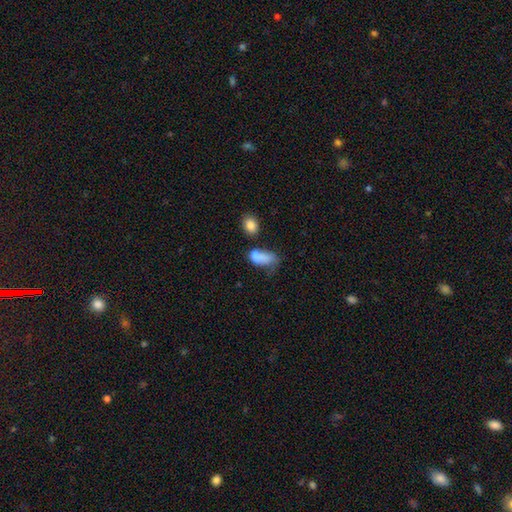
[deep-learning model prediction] A smooth galaxy with no disk features (75%) that is in between round and cigar-shaped (85%). Merging: major disturbance (27%).